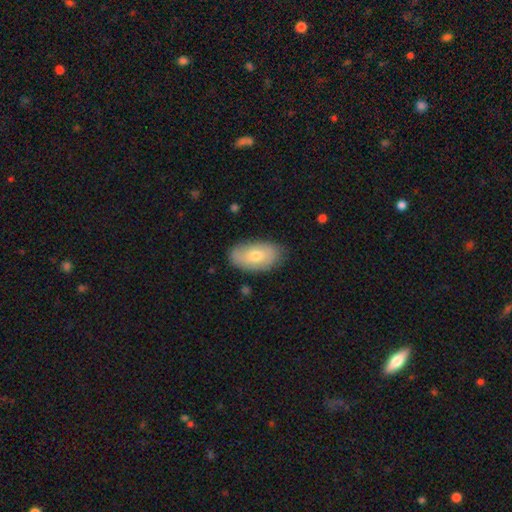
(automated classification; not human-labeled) Morphology: type=smooth (64%); roundness=in between (93%); merging=none (80%).